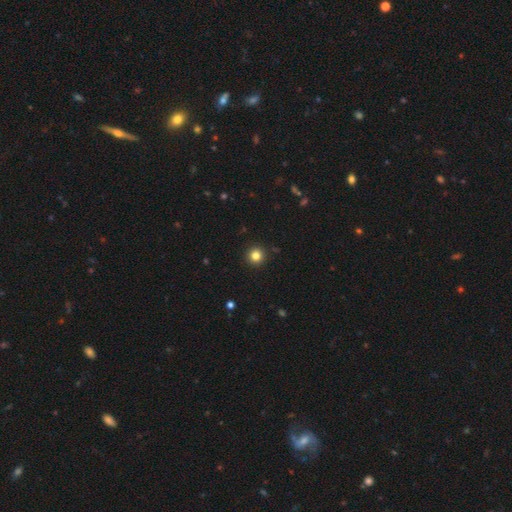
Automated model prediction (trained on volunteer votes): This appears to be a smooth galaxy with no disk features (82%) that is round (96%). Merging: none (93%).